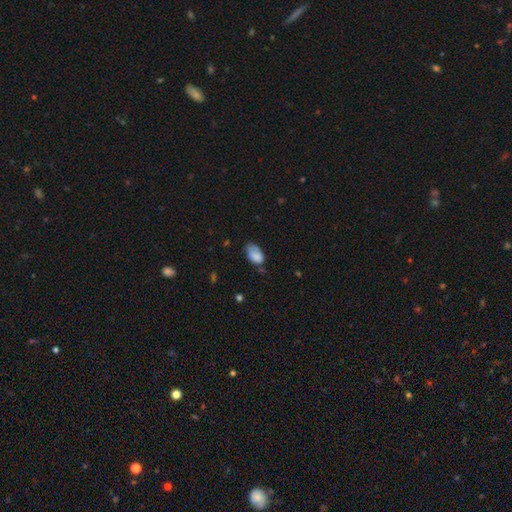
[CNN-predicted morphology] A smooth galaxy with no disk features (79%) that is in between round and cigar-shaped (91%). Merging: none (46%).